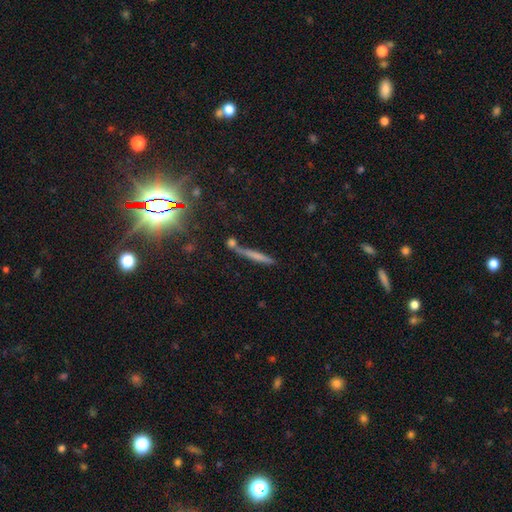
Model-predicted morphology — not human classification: Smooth or featured: smooth — 53% (featured or disk — 32%)
How rounded: cigar-shaped — 92% (in between — 5%)
Merging: none — 68% (merger — 14%)